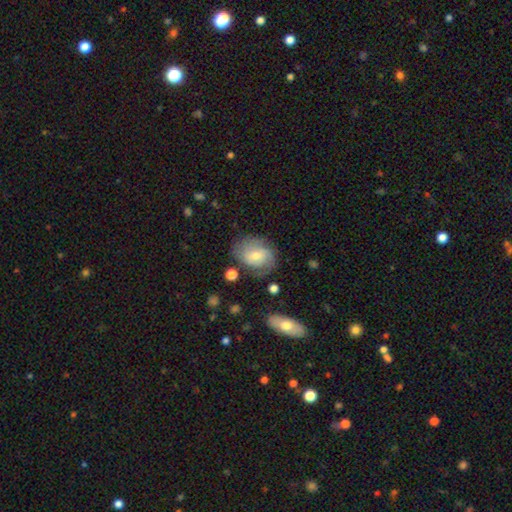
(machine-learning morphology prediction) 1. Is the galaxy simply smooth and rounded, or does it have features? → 54% featured or disk, 39% smooth, 8% star or artifact.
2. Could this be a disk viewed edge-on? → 96% no, 4% yes.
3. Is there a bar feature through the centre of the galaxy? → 52% no, 40% weak, 8% strong.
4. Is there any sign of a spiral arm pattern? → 82% yes, 18% no.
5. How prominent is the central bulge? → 47% moderate, 45% small, 4% large, 2% none, 1% dominant.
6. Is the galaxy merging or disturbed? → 62% none, 23% minor disturbance, 12% major disturbance, 3% merger.